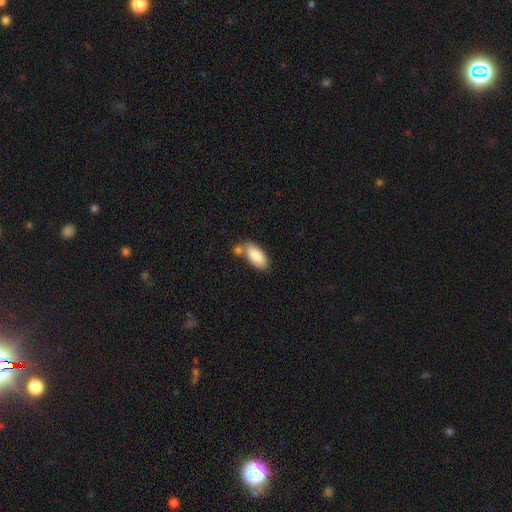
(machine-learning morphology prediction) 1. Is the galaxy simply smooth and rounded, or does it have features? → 82% smooth, 12% featured or disk, 6% star or artifact.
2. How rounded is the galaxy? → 92% in between, 6% cigar-shaped, 2% round.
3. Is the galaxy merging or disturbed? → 57% none, 25% merger, 14% minor disturbance, 4% major disturbance.